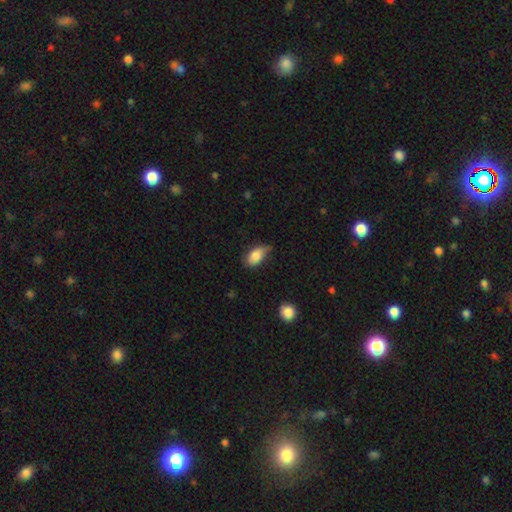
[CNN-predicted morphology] This is likely a smooth galaxy (79%). How rounded: clearly in between (90%). Merging: marginally minor disturbance (44%).